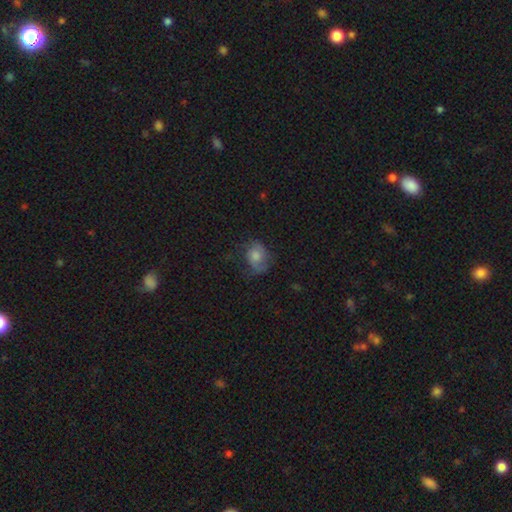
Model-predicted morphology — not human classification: This is possibly a smooth galaxy (55%). How rounded: possibly round (53%). Merging: possibly none (56%).